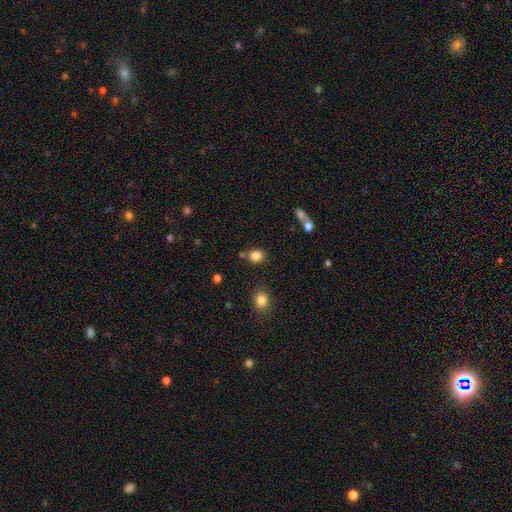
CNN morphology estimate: Smooth or featured? Predicted: smooth (p=0.84). How rounded? Predicted: round (p=0.77). Merging? Predicted: none (p=0.73).